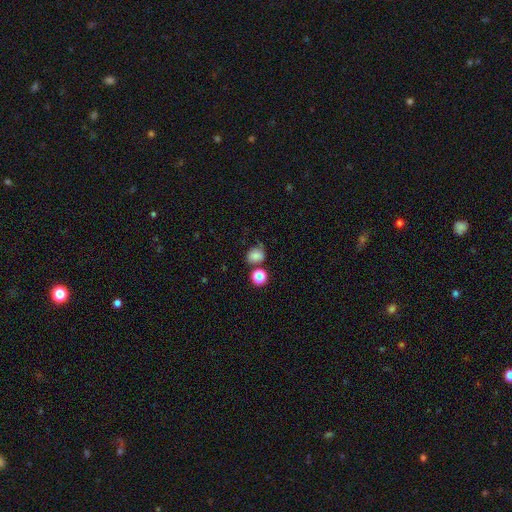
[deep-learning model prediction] smooth-or-featured: smooth: 78% | star or artifact: 14% | featured or disk: 9%
  how-rounded: round: 64% | in between: 35% | cigar-shaped: 1%
  merging: none: 53% | minor disturbance: 21% | merger: 17% | major disturbance: 10%